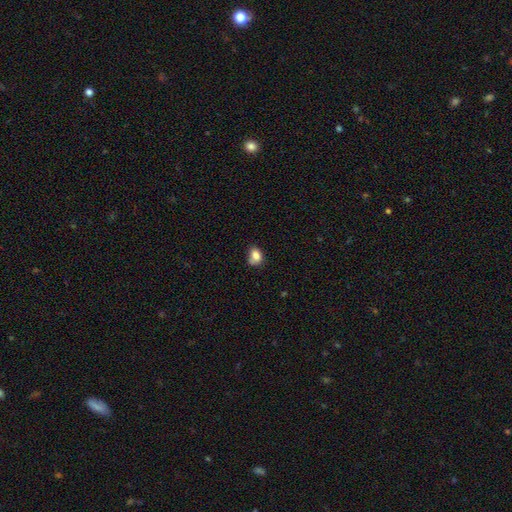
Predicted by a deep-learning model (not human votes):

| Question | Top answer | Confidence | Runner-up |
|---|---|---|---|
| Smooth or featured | smooth | 83% | star or artifact (10%) |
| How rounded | in between | 64% | round (35%) |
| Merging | none | 53% | minor disturbance (32%) |